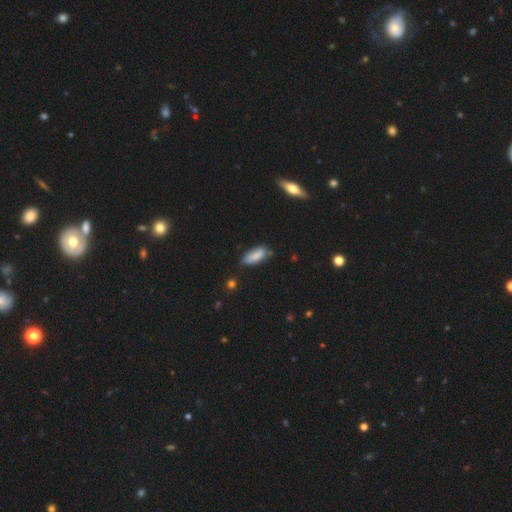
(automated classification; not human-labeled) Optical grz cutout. It shows a smooth galaxy with no disk features (82%) that is in between round and cigar-shaped (72%). Merging: none (61%).